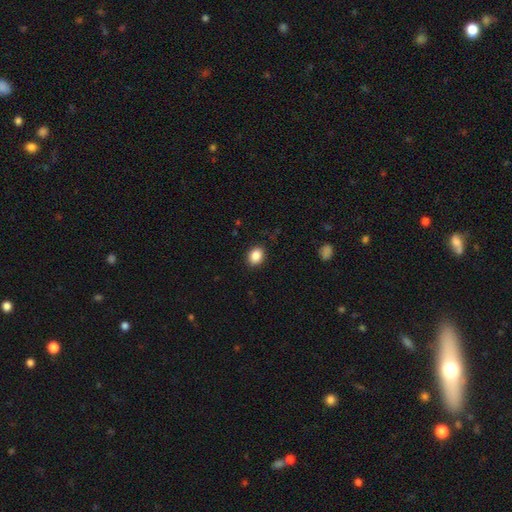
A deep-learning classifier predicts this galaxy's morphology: type=smooth (88%); roundness=in between (60%); merging=none (89%).